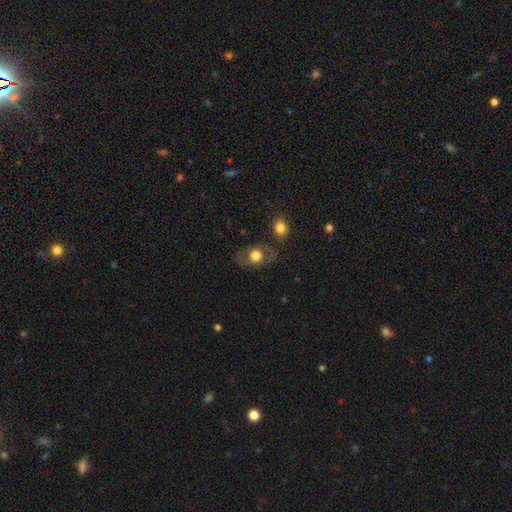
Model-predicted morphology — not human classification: A smooth galaxy with no disk features (58%) that is in between round and cigar-shaped (50%). Merging: none (75%).